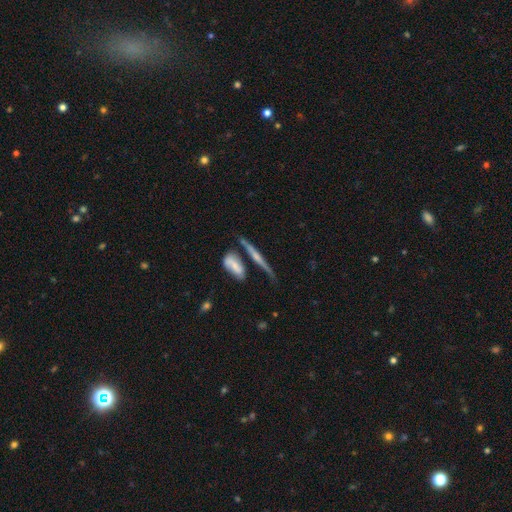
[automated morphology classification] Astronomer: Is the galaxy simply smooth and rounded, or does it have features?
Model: featured or disk — 65%.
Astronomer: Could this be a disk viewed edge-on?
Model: yes — 90%.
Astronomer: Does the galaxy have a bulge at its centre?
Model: rounded — 57%.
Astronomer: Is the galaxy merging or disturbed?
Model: none — 58%.